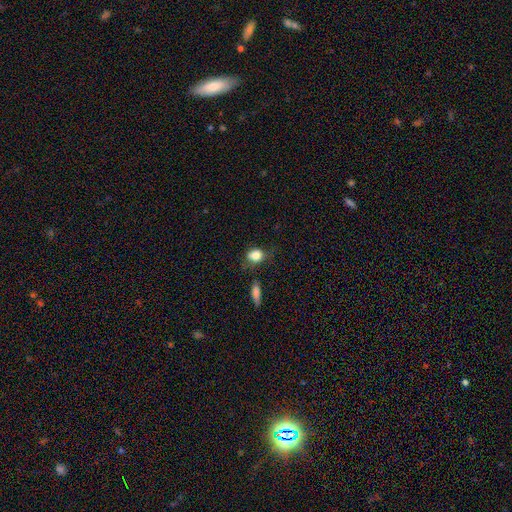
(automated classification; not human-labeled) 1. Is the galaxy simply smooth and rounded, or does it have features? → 82% smooth, 9% star or artifact, 9% featured or disk.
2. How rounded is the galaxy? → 53% in between, 44% round, 2% cigar-shaped.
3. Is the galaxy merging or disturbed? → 53% none, 28% minor disturbance, 11% major disturbance, 8% merger.